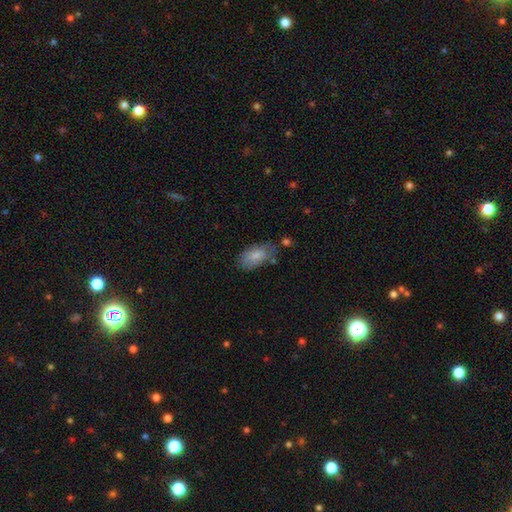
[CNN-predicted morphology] Q: Smooth or featured?
A: smooth (83%); runner-up: featured or disk (11%)
Q: How rounded?
A: in between (93%); runner-up: round (4%)
Q: Merging?
A: none (64%); runner-up: minor disturbance (24%)